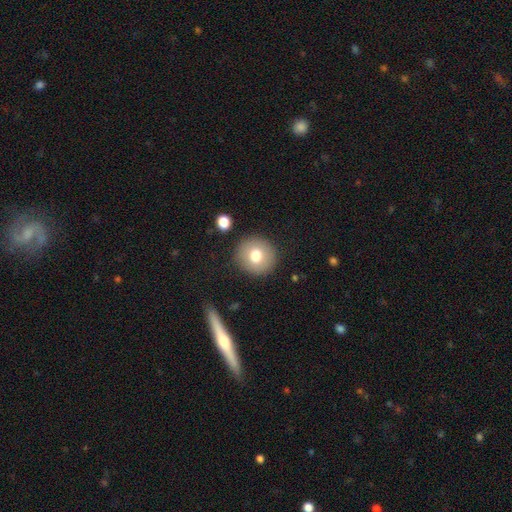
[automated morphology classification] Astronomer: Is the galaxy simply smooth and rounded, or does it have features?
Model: smooth — 75%.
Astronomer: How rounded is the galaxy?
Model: round — 93%.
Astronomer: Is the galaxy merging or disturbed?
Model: none — 89%.